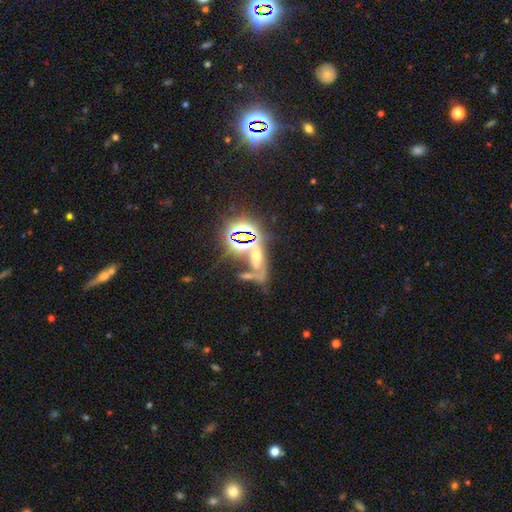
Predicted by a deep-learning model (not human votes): Smooth or featured?
  - star or artifact: 52% *
  - featured or disk: 28%
  - smooth: 20%